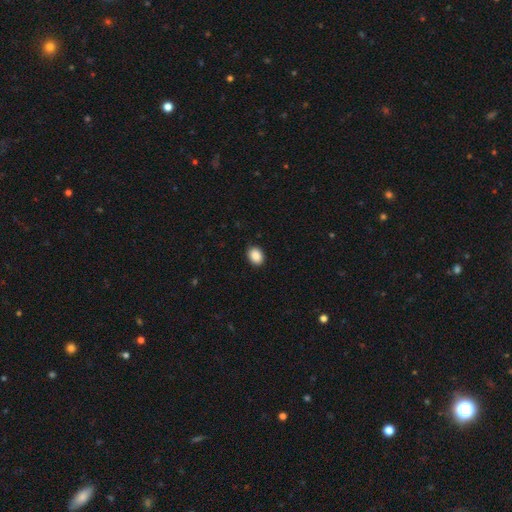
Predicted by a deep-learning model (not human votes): Q: Smooth or featured?
A: smooth (90%); runner-up: star or artifact (8%)
Q: How rounded?
A: in between (67%); runner-up: round (32%)
Q: Merging?
A: none (90%); runner-up: minor disturbance (7%)